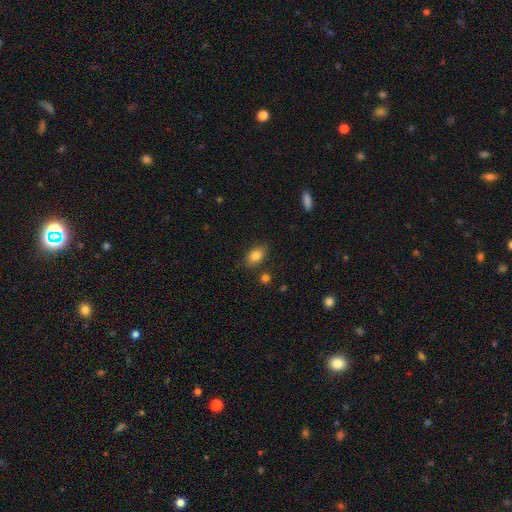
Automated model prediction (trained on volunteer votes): This is clearly a smooth galaxy (82%). How rounded: clearly in between (84%). Merging: clearly none (80%).